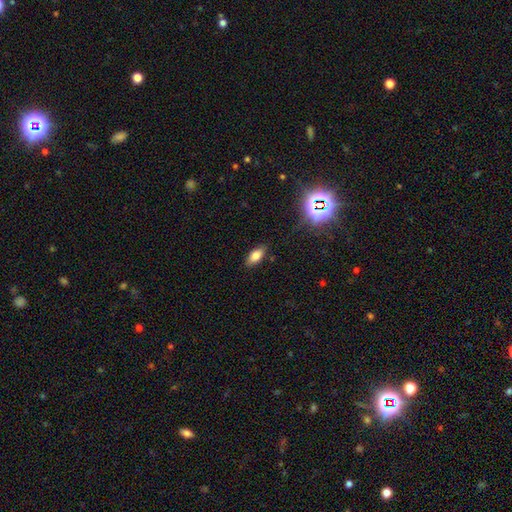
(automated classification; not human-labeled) smooth_or_featured: smooth (p=0.78) [alt: featured or disk p=0.11]
how_rounded: in between (p=0.87) [alt: cigar-shaped p=0.09]
merging: none (p=0.86) [alt: minor disturbance p=0.10]